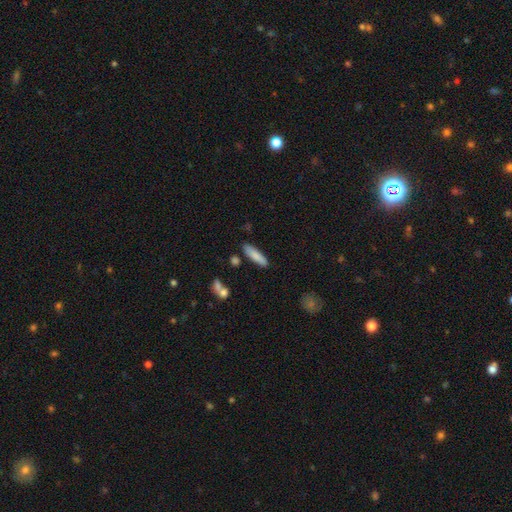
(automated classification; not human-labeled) Morphology: type=smooth (83%); roundness=cigar-shaped (74%); merging=none (85%).